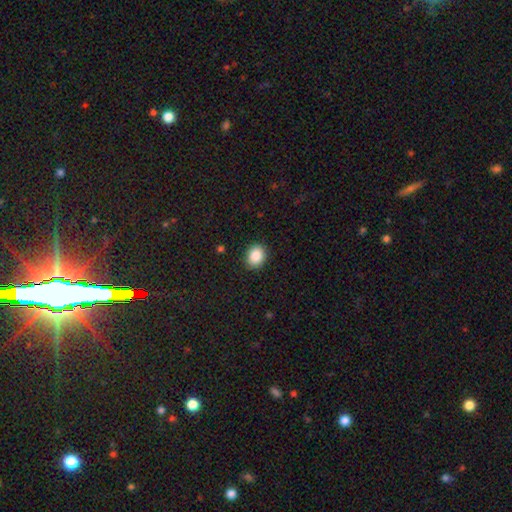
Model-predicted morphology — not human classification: This appears to be a smooth galaxy with no disk features (88%) that is round (52%). Merging: none (89%).